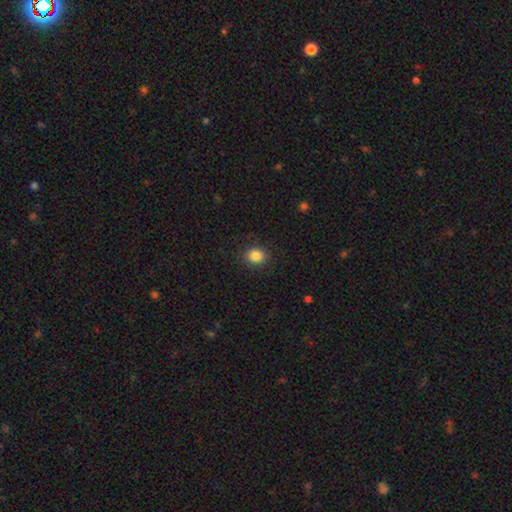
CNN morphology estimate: Overall: smooth (85%). How rounded: round (70%). Merging: none (88%).